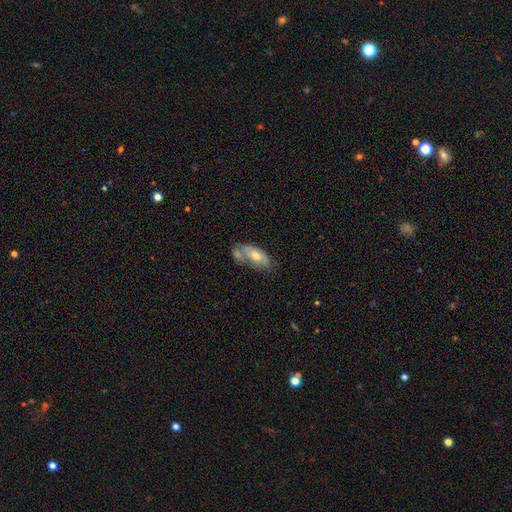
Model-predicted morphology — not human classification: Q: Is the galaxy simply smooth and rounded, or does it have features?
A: smooth — 55%.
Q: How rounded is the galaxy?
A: in between — 88%.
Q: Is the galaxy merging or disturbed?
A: none — 37%.